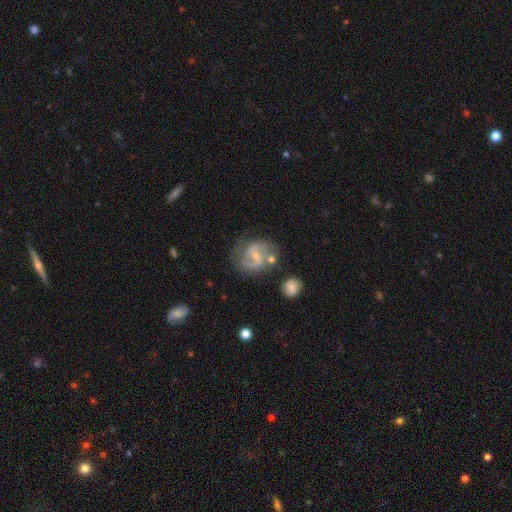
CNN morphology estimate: Overall: featured or disk (82%). Edge-on disk: no (98%). Bar: weak (53%; strong 27%). Spiral arms: yes (94%). Spiral arm count: 2 (89%). Spiral winding: medium (53%; loose 31%). Bulge size: small (55%; moderate 24%). Merging: none (64%).